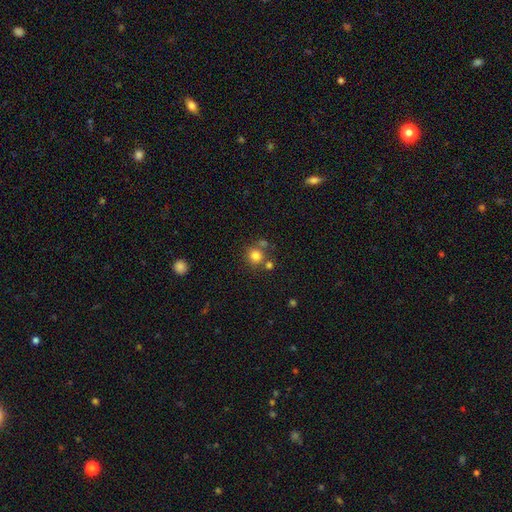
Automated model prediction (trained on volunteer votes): Smooth or featured? Predicted: smooth (p=0.79). How rounded? Predicted: round (p=0.90). Merging? Predicted: none (p=0.69).